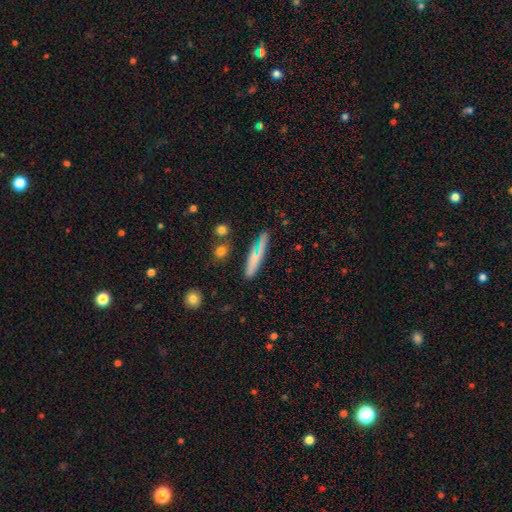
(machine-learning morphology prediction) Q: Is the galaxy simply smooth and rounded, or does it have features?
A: smooth — 60%.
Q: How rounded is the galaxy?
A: cigar-shaped — 87%.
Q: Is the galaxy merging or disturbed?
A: none — 77%.